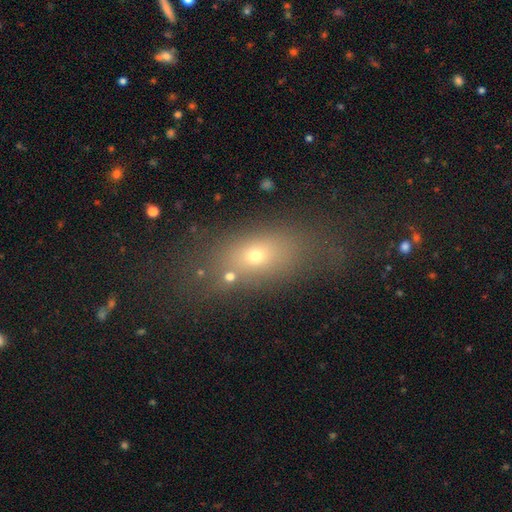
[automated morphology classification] This appears to be a smooth galaxy with no disk features (64%) that is in between round and cigar-shaped (72%). Merging: none (62%).